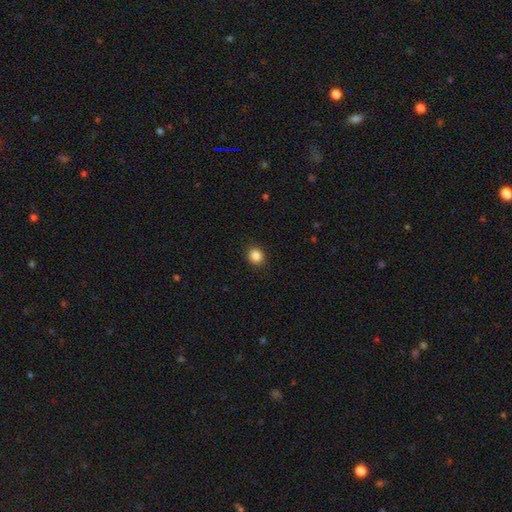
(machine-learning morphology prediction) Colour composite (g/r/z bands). It shows a smooth galaxy with no disk features (86%) that is round (77%). Merging: none (90%).